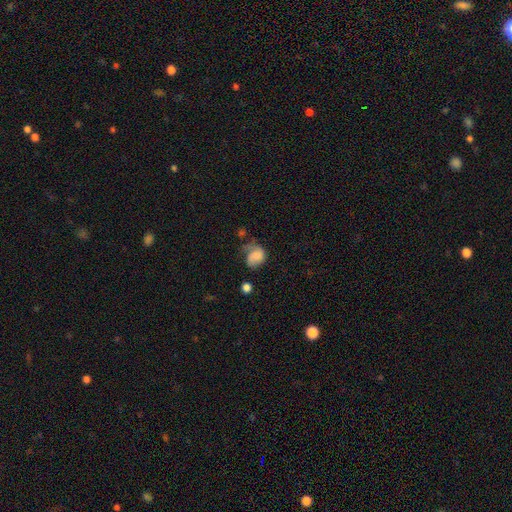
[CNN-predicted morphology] smooth_or_featured: smooth (p=0.64) [alt: featured or disk p=0.27]
how_rounded: in between (p=0.51) [alt: round p=0.48]
merging: none (p=0.32) [alt: minor disturbance p=0.31]